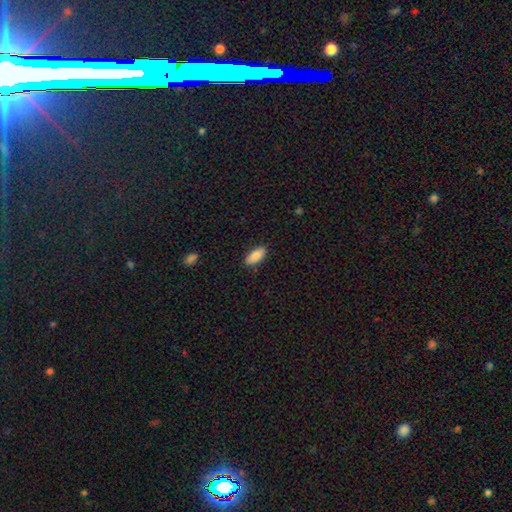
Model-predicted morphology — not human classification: The model was most divided on "how rounded": in between: 85%, cigar-shaped: 13%, round: 2%. More confident: merging — none (87%); smooth or featured — smooth (85%).